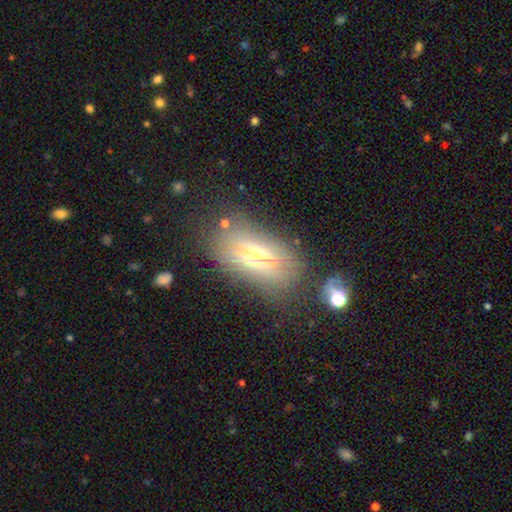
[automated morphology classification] Q: Smooth or featured?
A: smooth (50%); runner-up: featured or disk (36%)
Q: Merging?
A: none (65%); runner-up: minor disturbance (19%)